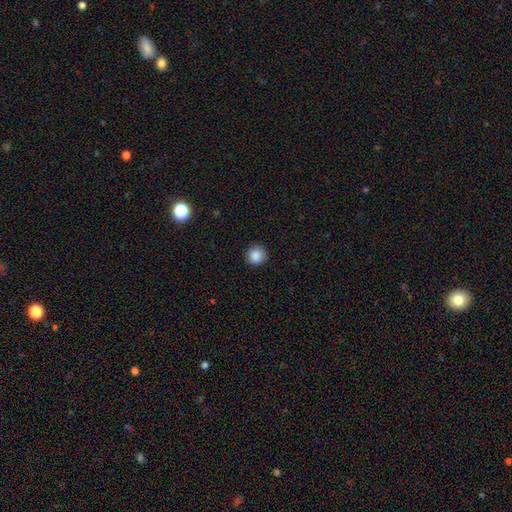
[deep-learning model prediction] This is clearly a smooth galaxy (87%). How rounded: clearly round (95%). Merging: clearly none (90%).